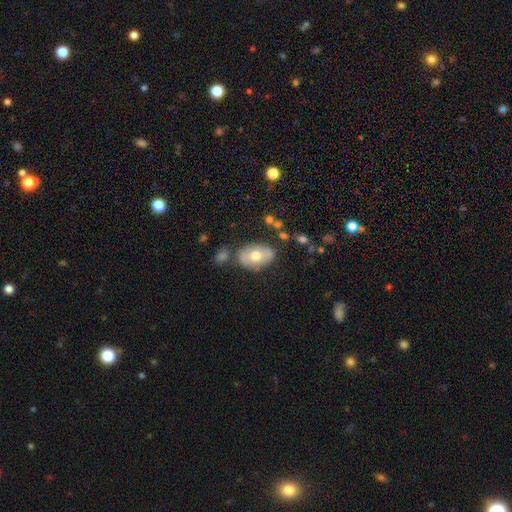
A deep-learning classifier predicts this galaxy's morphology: A smooth galaxy with no disk features (59%) that is in between round and cigar-shaped (84%). Merging: none (70%).